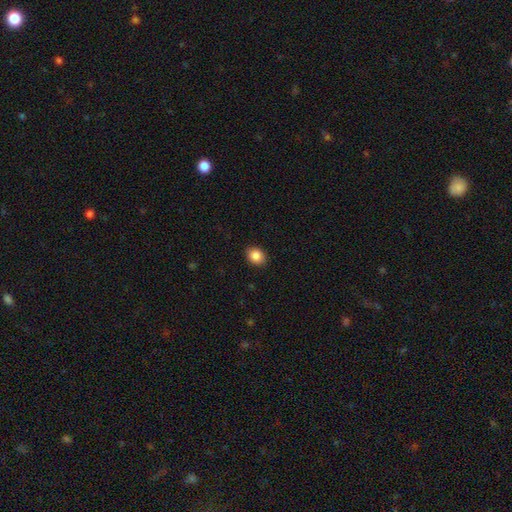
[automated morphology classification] smooth_or_featured: smooth (p=0.86) [alt: star or artifact p=0.09]
how_rounded: in between (p=0.51) [alt: round p=0.48]
merging: none (p=0.90) [alt: minor disturbance p=0.07]